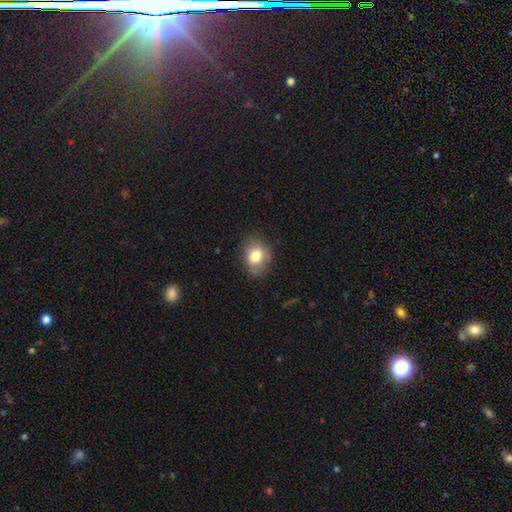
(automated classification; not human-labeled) Smooth or featured? Predicted: smooth (p=0.78). How rounded? Predicted: in between (p=0.55). Merging? Predicted: none (p=0.73).